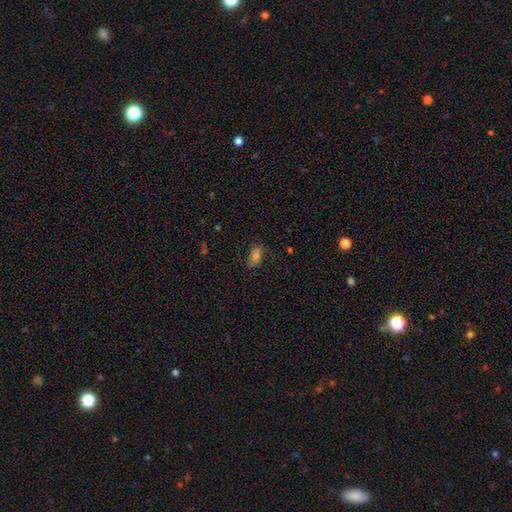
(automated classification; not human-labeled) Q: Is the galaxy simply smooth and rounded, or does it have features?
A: smooth — 72%.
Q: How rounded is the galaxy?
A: in between — 87%.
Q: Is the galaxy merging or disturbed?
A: none — 79%.